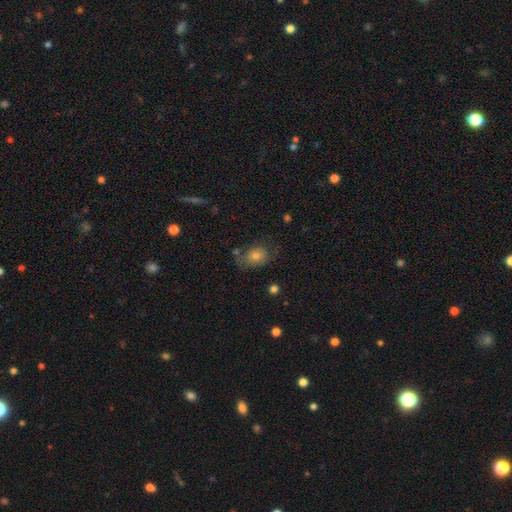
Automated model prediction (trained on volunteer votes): A smooth galaxy with no disk features (65%) that is in between round and cigar-shaped (64%).

Vote fractions:
- Smooth or featured? smooth: 65% / featured or disk: 21% / star or artifact: 13%
- How rounded? in between: 64% / round: 35% / cigar-shaped: 1%
- Merging? none: 60% / minor disturbance: 23% / major disturbance: 12% / merger: 5%